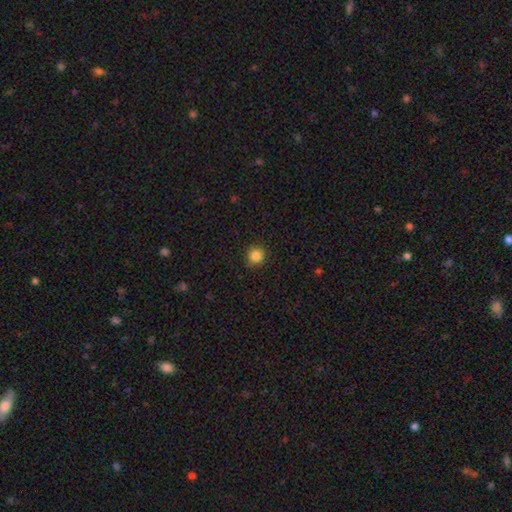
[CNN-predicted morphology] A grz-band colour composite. It shows a smooth galaxy with no disk features (85%) that is round (93%). Merging: none (91%).